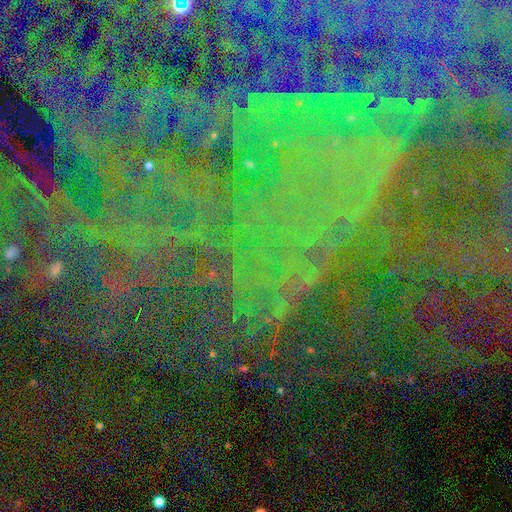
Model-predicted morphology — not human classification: Q: Smooth or featured?
A: star or artifact (82%); runner-up: featured or disk (10%)